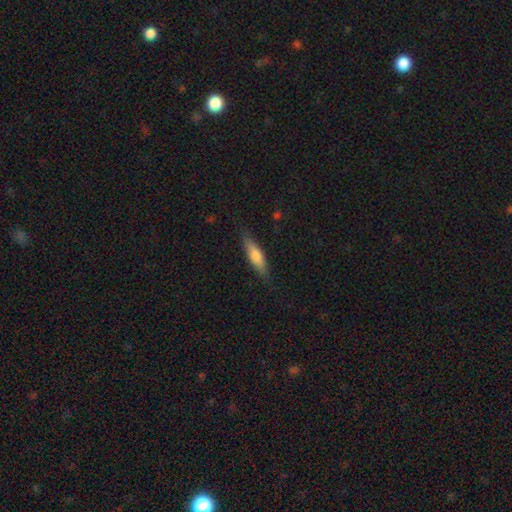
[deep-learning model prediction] A smooth galaxy with no disk features (73%) that is cigar-shaped (57%). Merging: none (81%).